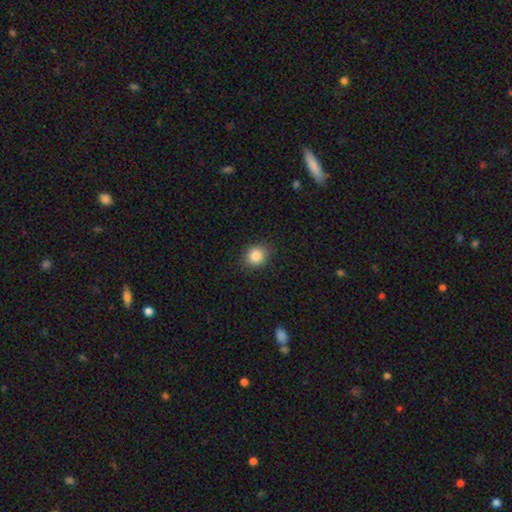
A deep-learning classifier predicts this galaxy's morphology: Smooth or featured: smooth — 86% (star or artifact — 10%)
How rounded: round — 76% (in between — 23%)
Merging: none — 86% (minor disturbance — 10%)